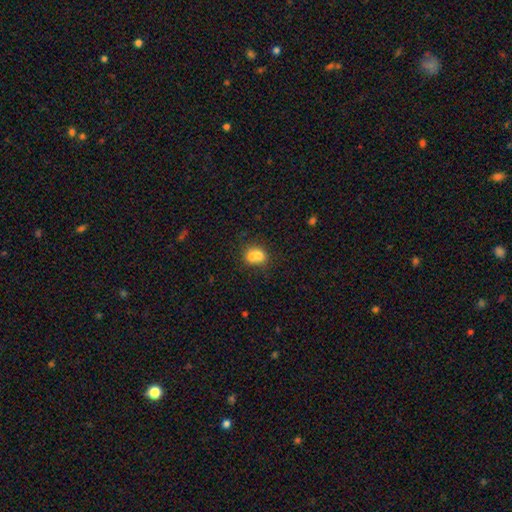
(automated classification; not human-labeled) Q: Smooth or featured?
A: smooth (70%); runner-up: featured or disk (20%)
Q: How rounded?
A: round (63%); runner-up: in between (36%)
Q: Merging?
A: merger (64%); runner-up: none (26%)